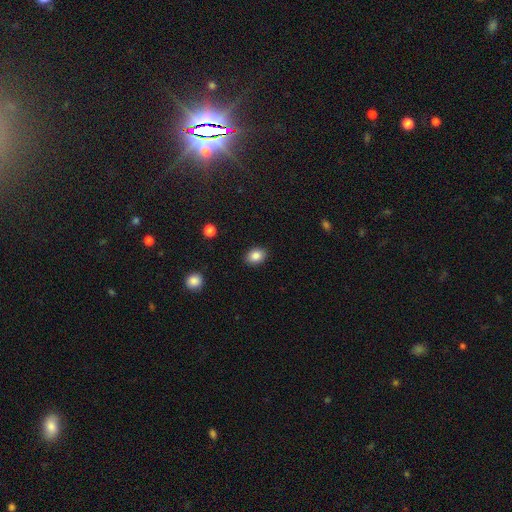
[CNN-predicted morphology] This appears to be a smooth galaxy with no disk features (86%) that is in between round and cigar-shaped (70%). Merging: none (89%).